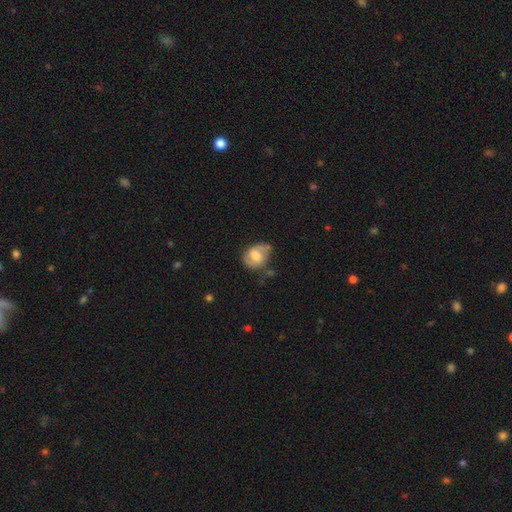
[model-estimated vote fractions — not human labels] A featured or disk galaxy (59%) with a weak bar (49%), spiral arms (83%) and a moderate central bulge (52%). Merging: none (55%).